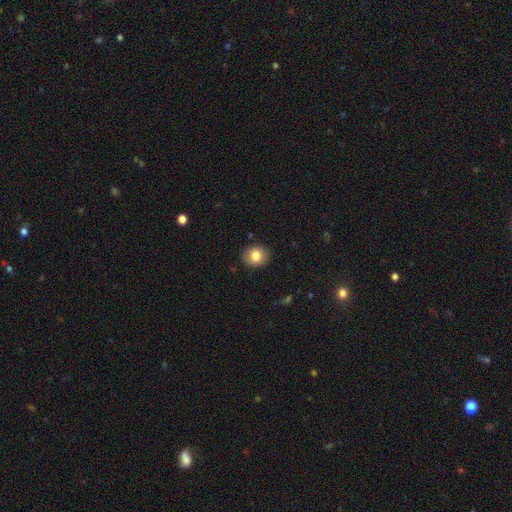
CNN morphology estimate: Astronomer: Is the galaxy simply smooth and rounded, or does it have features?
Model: smooth — 81%.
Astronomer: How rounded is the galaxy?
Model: round — 65%.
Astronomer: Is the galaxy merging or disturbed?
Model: none — 88%.